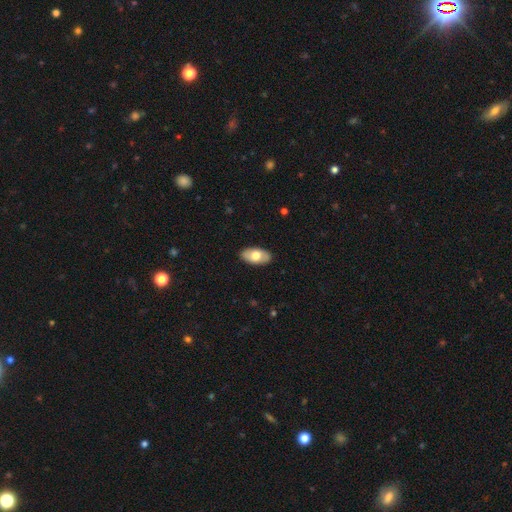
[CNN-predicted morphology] This is likely a smooth galaxy (68%). How rounded: clearly in between (94%). Merging: clearly none (88%).